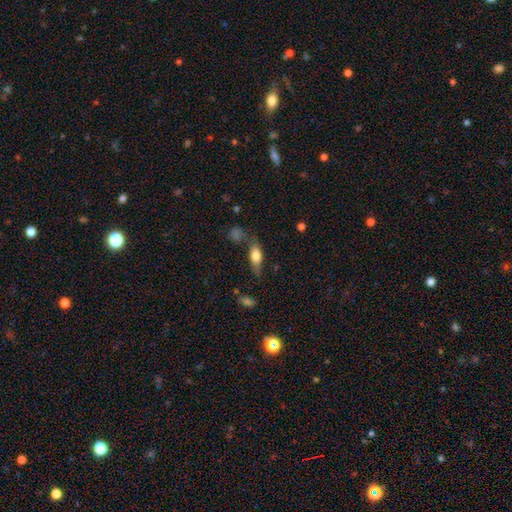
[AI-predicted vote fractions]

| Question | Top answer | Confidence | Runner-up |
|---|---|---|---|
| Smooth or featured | smooth | 67% | featured or disk (26%) |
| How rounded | in between | 70% | cigar-shaped (26%) |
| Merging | none | 61% | minor disturbance (24%) |